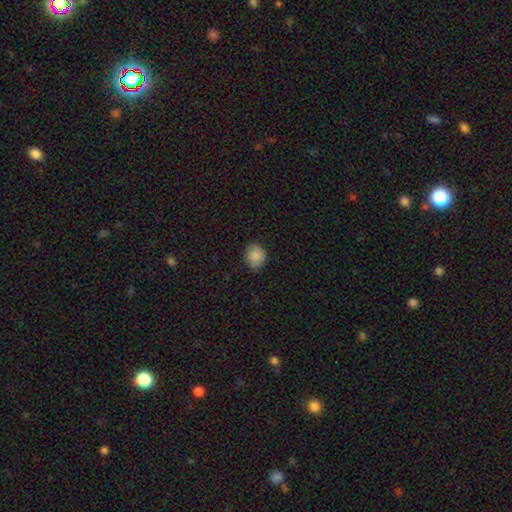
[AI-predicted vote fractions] Smooth or featured: smooth — 88% (star or artifact — 8%)
How rounded: round — 65% (in between — 34%)
Merging: none — 84% (minor disturbance — 12%)